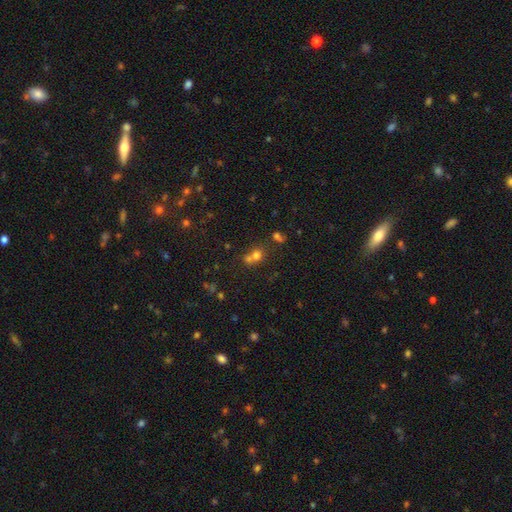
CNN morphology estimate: type=smooth (62%); roundness=round (76%); merging=merger (50%).